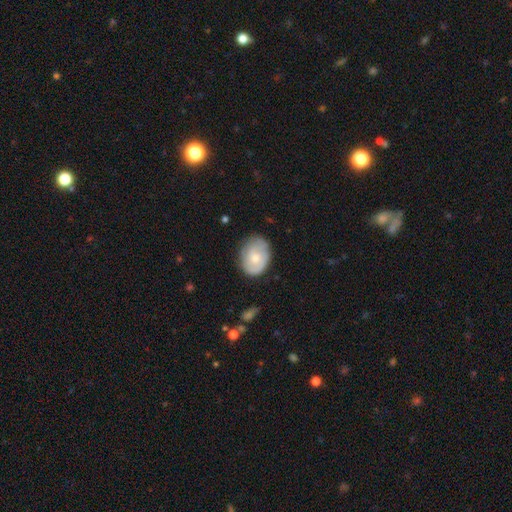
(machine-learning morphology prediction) This appears to be a smooth galaxy with no disk features (57%) that is in between round and cigar-shaped (62%). Merging: none (70%).